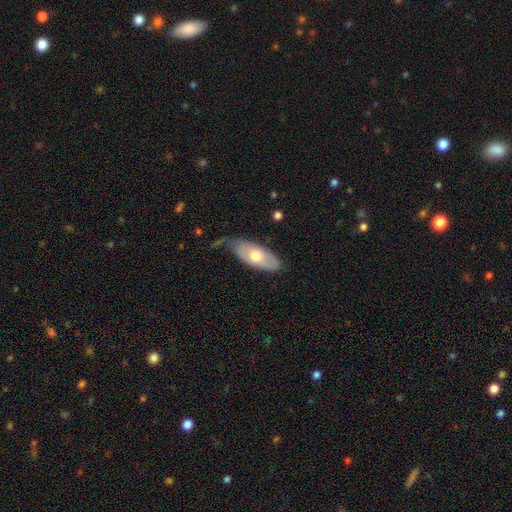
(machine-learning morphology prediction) smooth 57%, featured or disk 37%, star or artifact 6%. Down the decision tree: how rounded — in between (82%); merging — none (55%).